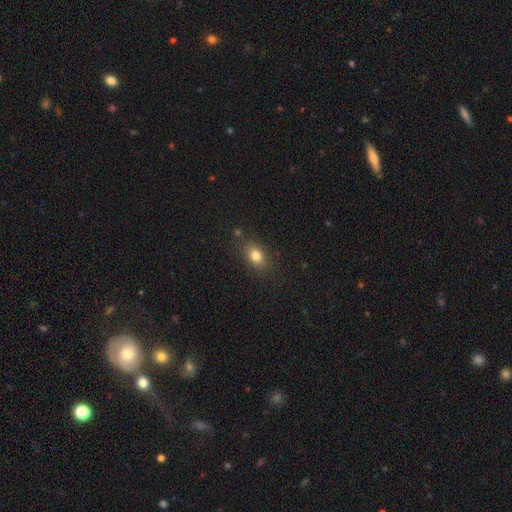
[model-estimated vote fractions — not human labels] smooth-or-featured: smooth: 80% | star or artifact: 11% | featured or disk: 9%
  how-rounded: in between: 74% | round: 23% | cigar-shaped: 3%
  merging: none: 80% | minor disturbance: 13% | major disturbance: 4% | merger: 3%